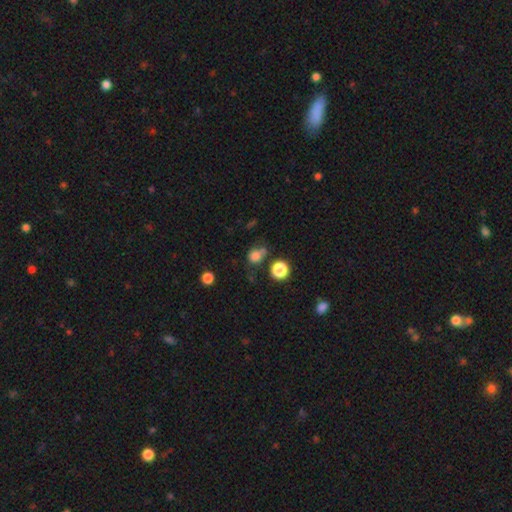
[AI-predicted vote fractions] Q: Smooth or featured?
A: smooth (77%); runner-up: star or artifact (16%)
Q: How rounded?
A: round (62%); runner-up: in between (37%)
Q: Merging?
A: none (52%); runner-up: minor disturbance (22%)